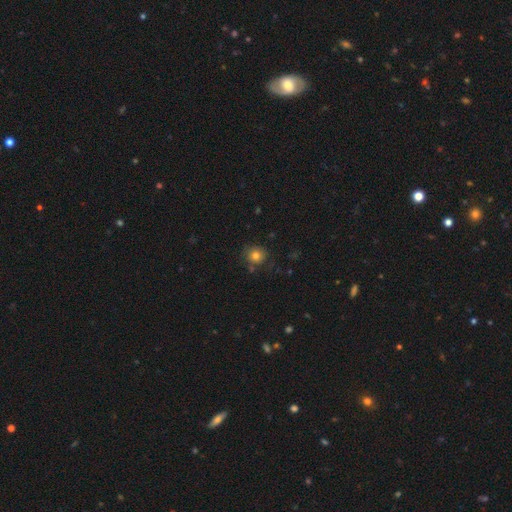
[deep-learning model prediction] Overall: smooth (77%). How rounded: round (88%). Merging: none (79%).